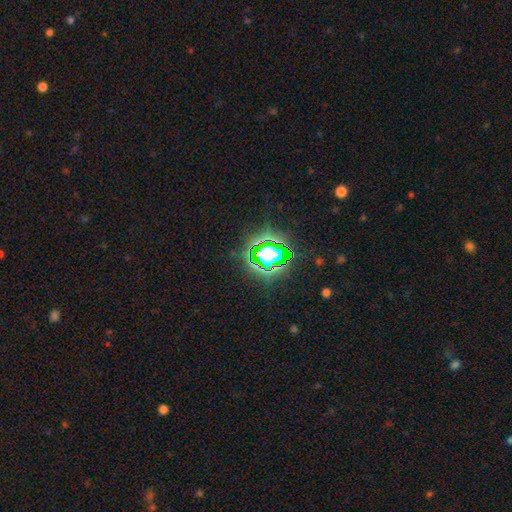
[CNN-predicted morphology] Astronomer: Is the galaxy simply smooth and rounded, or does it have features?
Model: star or artifact — 82%.